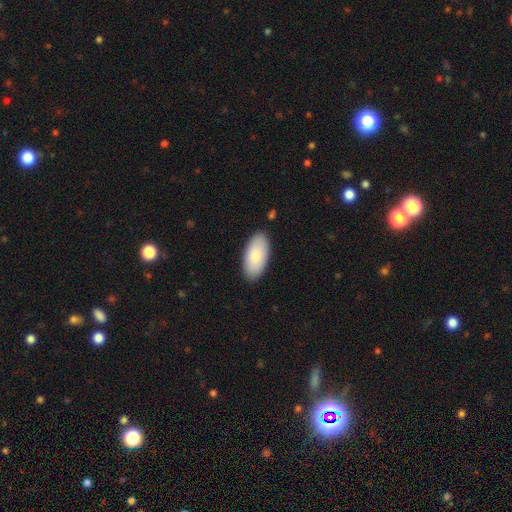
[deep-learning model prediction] Overall: smooth (82%). How rounded: in between (95%). Merging: none (88%).